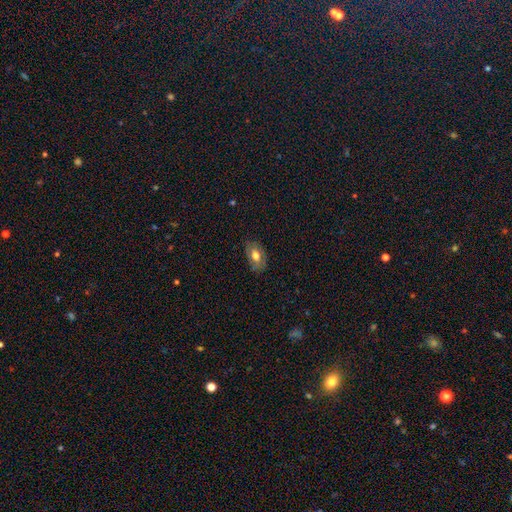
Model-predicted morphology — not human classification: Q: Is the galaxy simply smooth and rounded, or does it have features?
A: smooth — 64%.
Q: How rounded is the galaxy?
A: in between — 88%.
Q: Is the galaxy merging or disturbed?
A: none — 74%.